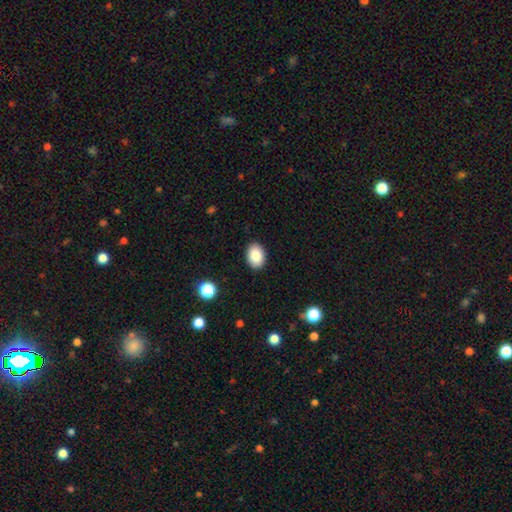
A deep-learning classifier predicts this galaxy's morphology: smooth 87%, star or artifact 8%, featured or disk 5%. Down the decision tree: how rounded — in between (77%); merging — none (89%).